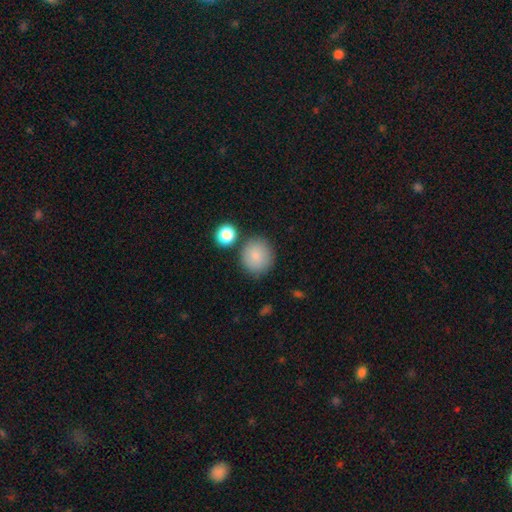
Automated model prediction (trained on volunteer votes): The model was most divided on "merging": none: 75%, minor disturbance: 12%, merger: 9%, major disturbance: 4%. More confident: how rounded — round (87%); smooth or featured — smooth (84%).